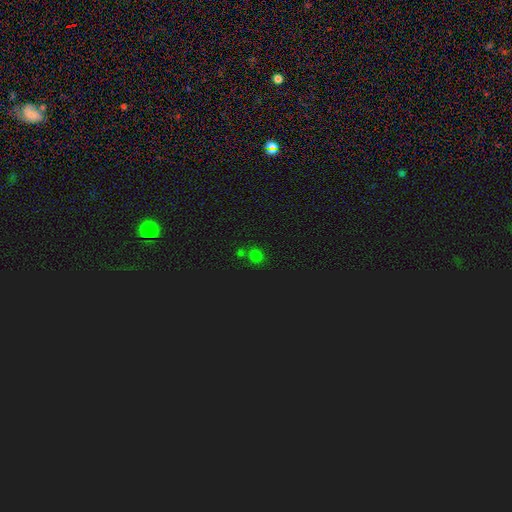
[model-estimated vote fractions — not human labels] Morphology: type=smooth (60%); roundness=round (81%); merging=none (68%).